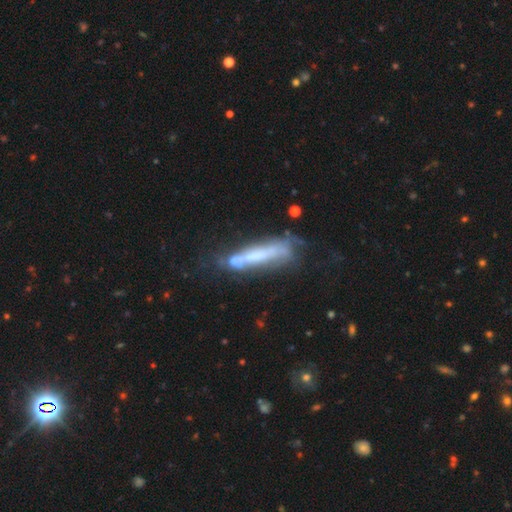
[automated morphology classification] Q: Smooth or featured?
A: featured or disk (56%); runner-up: smooth (35%)
Q: Edge-on disk?
A: yes (62%); runner-up: no (38%)
Q: Merging?
A: none (47%); runner-up: minor disturbance (26%)